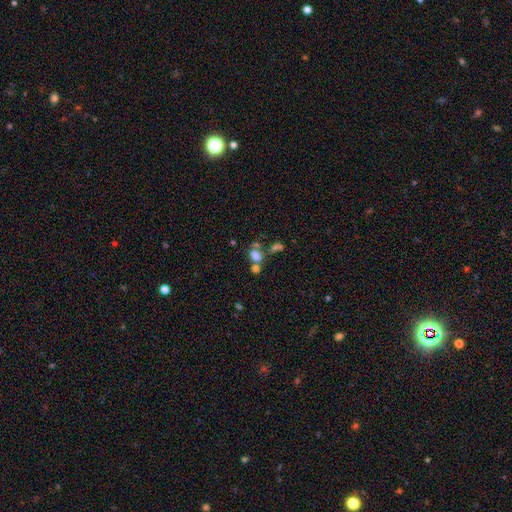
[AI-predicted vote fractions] Morphology: type=smooth (70%); roundness=in between (69%); merging=merger (43%).